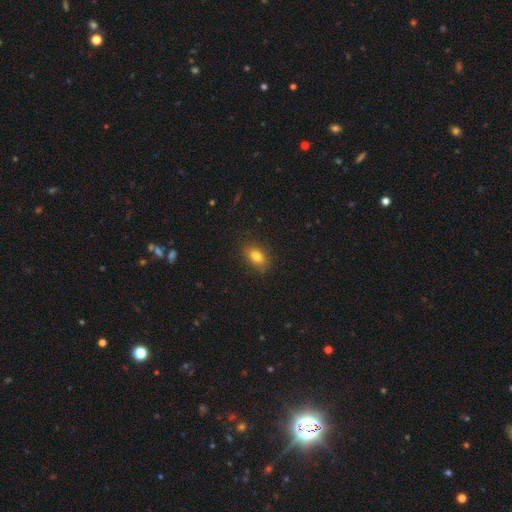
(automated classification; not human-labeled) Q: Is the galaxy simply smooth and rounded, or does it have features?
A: smooth — 81%.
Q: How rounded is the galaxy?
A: in between — 81%.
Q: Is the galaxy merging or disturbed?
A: none — 85%.